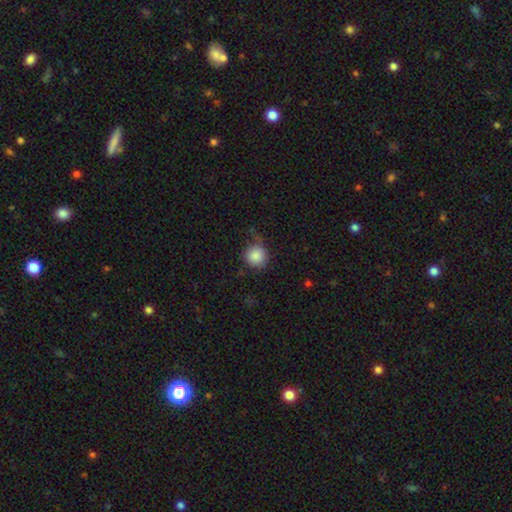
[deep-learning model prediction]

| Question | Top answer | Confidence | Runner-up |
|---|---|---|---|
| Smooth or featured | smooth | 84% | star or artifact (9%) |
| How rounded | round | 90% | in between (9%) |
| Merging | none | 56% | minor disturbance (28%) |